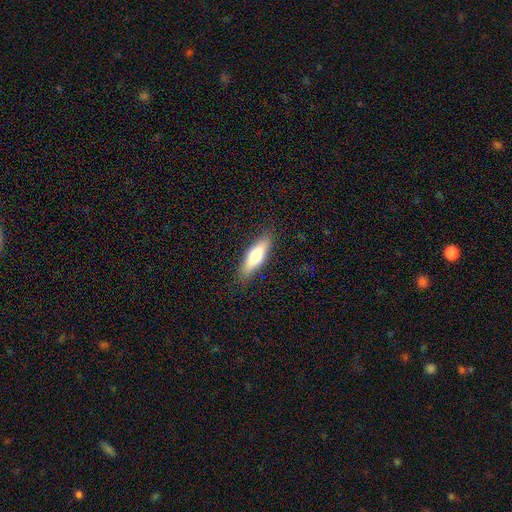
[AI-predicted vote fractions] Smooth or featured? Predicted: smooth (p=0.70). How rounded? Predicted: cigar-shaped (p=0.53). Merging? Predicted: none (p=0.87).